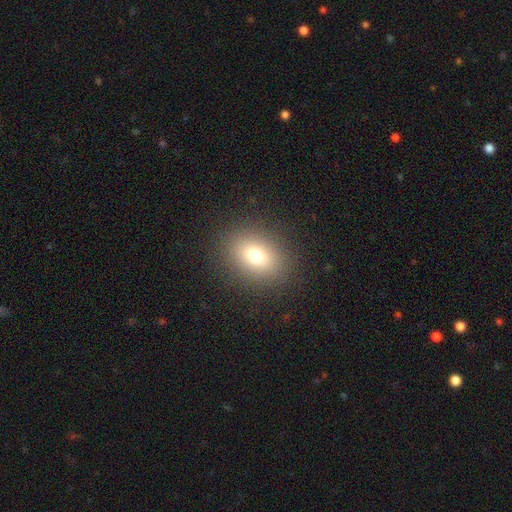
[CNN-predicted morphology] Smooth or featured? smooth (75%)
How rounded? in between (61%)
Merging? none (88%)